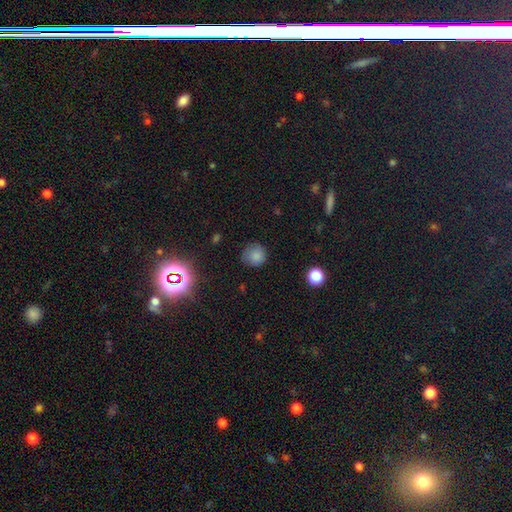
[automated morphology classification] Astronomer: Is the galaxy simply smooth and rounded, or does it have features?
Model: smooth — 80%.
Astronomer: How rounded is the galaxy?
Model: round — 89%.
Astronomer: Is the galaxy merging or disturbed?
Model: none — 76%.